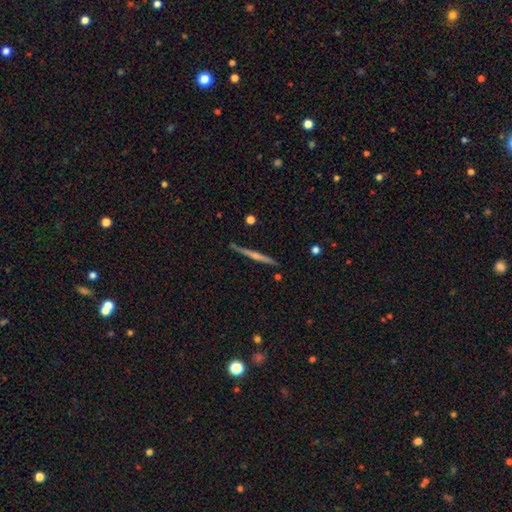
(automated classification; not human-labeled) Morphology: type=featured or disk (64%); edge-on=yes (94%); edge-on bulge=rounded (64%); merging=none (86%).